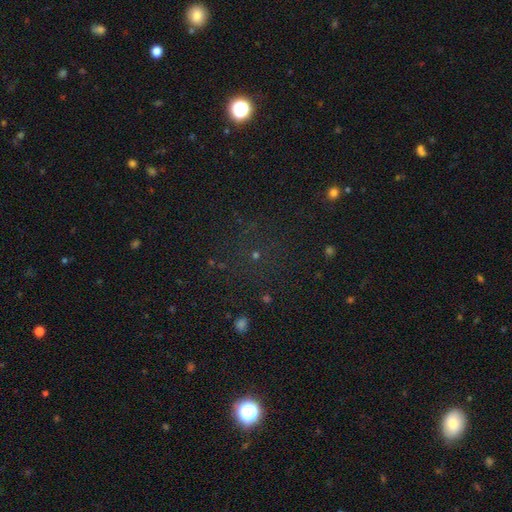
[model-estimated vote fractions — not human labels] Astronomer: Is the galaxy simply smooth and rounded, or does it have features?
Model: star or artifact — 60%.